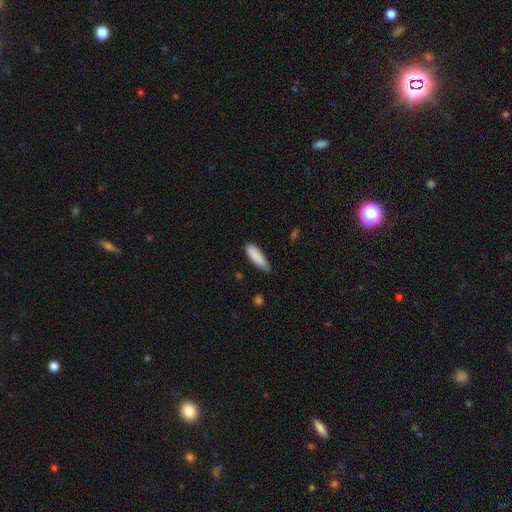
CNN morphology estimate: Overall: smooth (88%). How rounded: cigar-shaped (51%; in between 48%). Merging: none (64%; minor disturbance 30%).